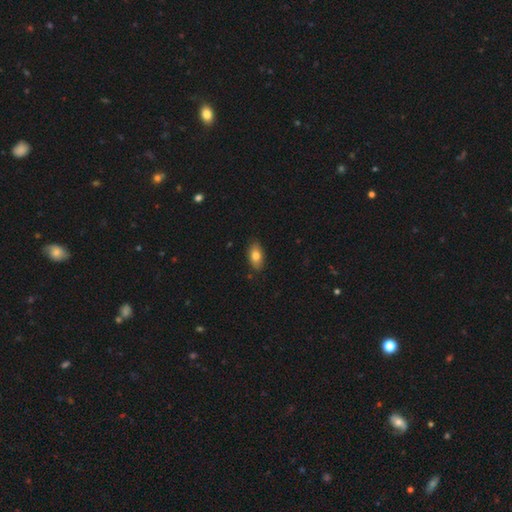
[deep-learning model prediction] Morphology: type=smooth (79%); roundness=in between (90%); merging=none (86%).